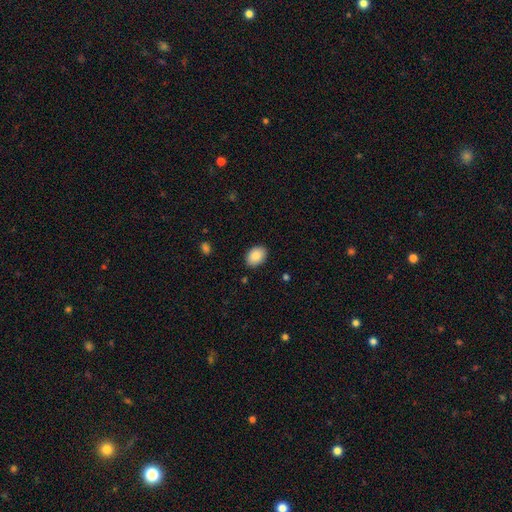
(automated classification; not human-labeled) This appears to be a smooth galaxy with no disk features (87%) that is in between round and cigar-shaped (82%). Merging: none (87%).